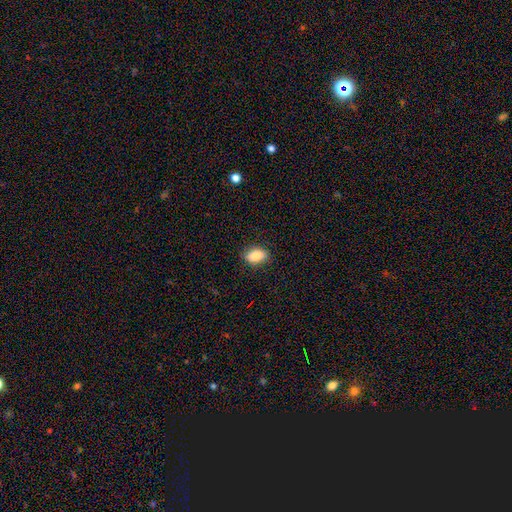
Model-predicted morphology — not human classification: Smooth or featured? smooth (86%)
How rounded? in between (87%)
Merging? none (86%)